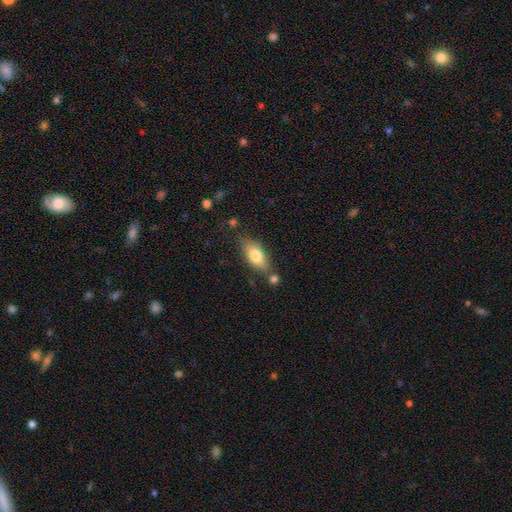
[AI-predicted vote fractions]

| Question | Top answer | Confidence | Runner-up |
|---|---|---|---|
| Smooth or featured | smooth | 77% | featured or disk (16%) |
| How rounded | in between | 84% | cigar-shaped (12%) |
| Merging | none | 69% | minor disturbance (17%) |